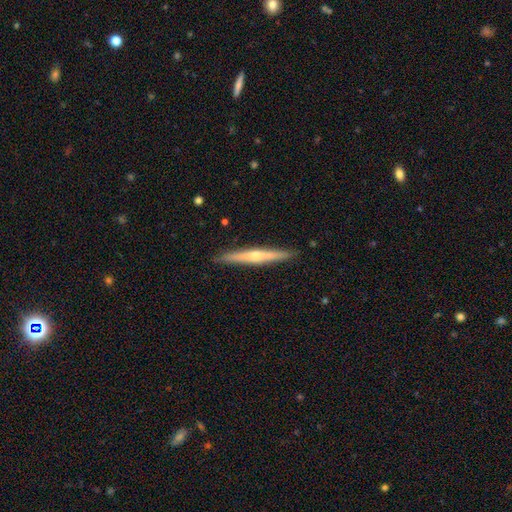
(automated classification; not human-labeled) Smooth or featured?
  - featured or disk: 62% *
  - smooth: 32%
  - star or artifact: 5%
Edge-on disk?
  - yes: 97% *
  - no: 3%
Edge-on bulge?
  - rounded: 76% *
  - none: 21%
  - boxy: 3%
Merging?
  - none: 91% *
  - minor disturbance: 7%
  - major disturbance: 1%
  - merger: 1%